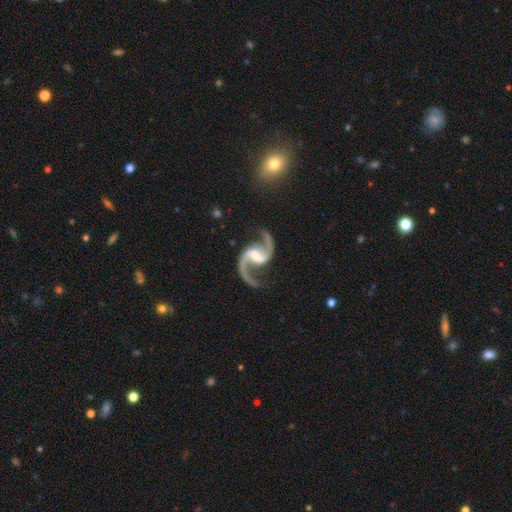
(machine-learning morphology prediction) type=featured or disk (94%); edge-on=no (98%); bar=weak (48%); spiral arms=yes (98%); winding=loose (56%); arm count=2 (95%); bulge=moderate (40%); merging=none (79%).